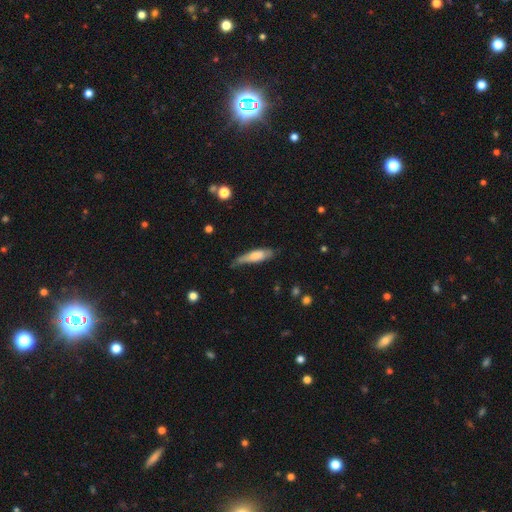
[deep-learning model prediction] smooth-or-featured: smooth: 63% | featured or disk: 31% | star or artifact: 6%
  how-rounded: cigar-shaped: 63% | in between: 35% | round: 2%
  merging: none: 49% | minor disturbance: 36% | major disturbance: 11% | merger: 3%